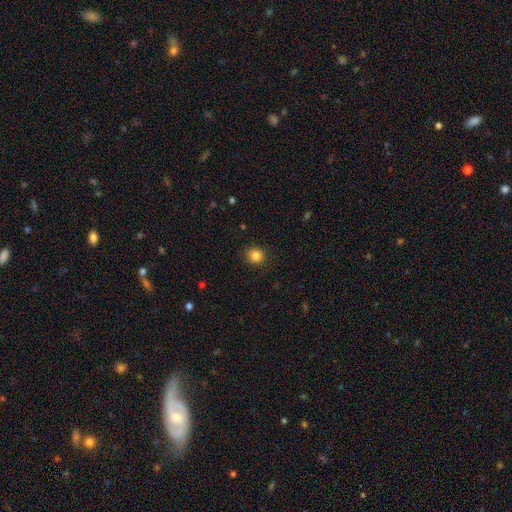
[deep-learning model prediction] The model was most divided on "smooth or featured": smooth: 85%, star or artifact: 11%, featured or disk: 4%. More confident: merging — none (90%); how rounded — round (88%).